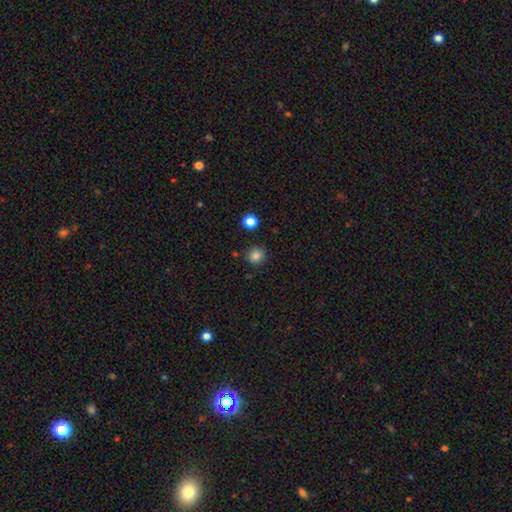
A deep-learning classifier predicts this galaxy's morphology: Smooth or featured: smooth — 84% (star or artifact — 12%)
How rounded: round — 90% (in between — 9%)
Merging: none — 87% (minor disturbance — 8%)